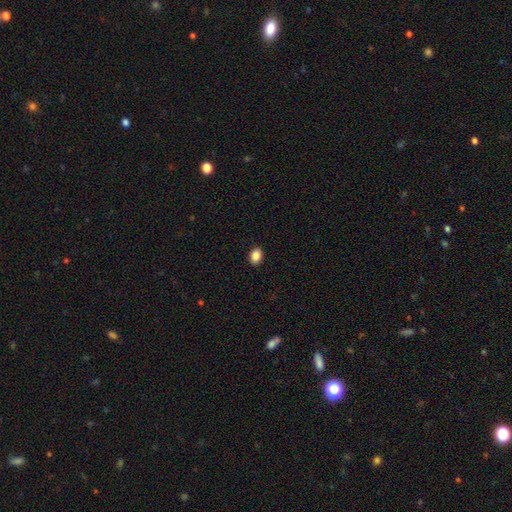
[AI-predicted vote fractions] Morphology: type=smooth (87%); roundness=in between (69%); merging=none (91%).